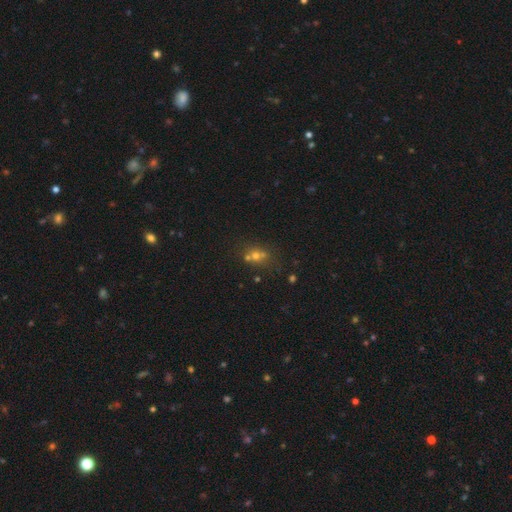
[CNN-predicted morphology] A smooth galaxy with no disk features (51%) that is round (61%). Merging: none (46%).